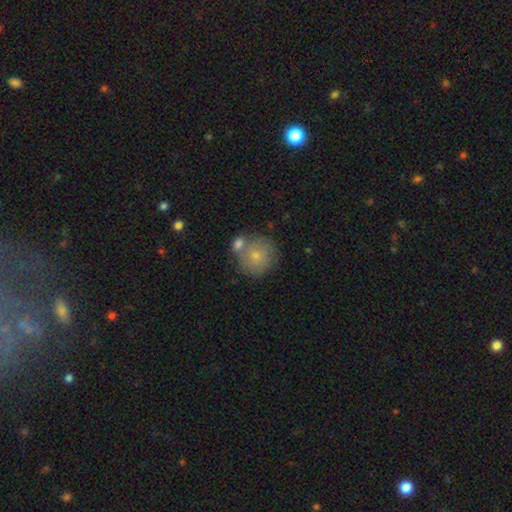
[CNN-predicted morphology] Q: Smooth or featured?
A: smooth (76%); runner-up: featured or disk (16%)
Q: How rounded?
A: round (90%); runner-up: in between (9%)
Q: Merging?
A: none (52%); runner-up: merger (31%)